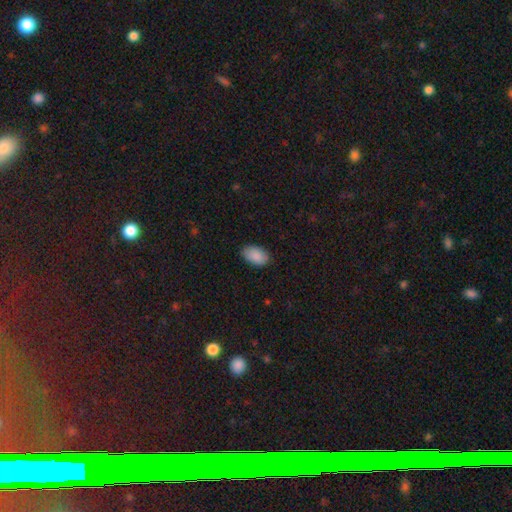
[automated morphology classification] Smooth or featured? Predicted: smooth (p=0.90). How rounded? Predicted: in between (p=0.93). Merging? Predicted: none (p=0.85).